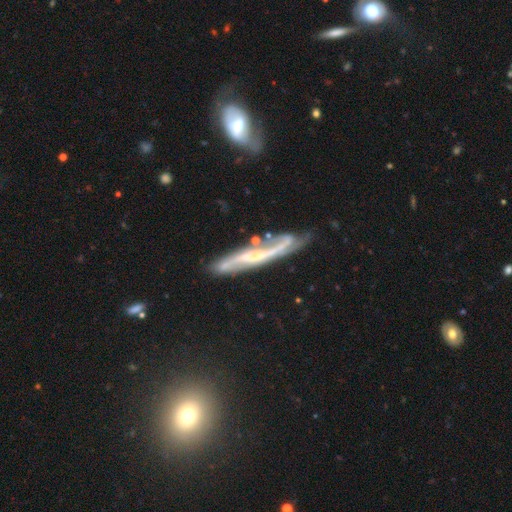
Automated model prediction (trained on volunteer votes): smooth-or-featured: featured or disk: 75% | smooth: 18% | star or artifact: 8%
  disk-edge-on: yes: 53% | no: 47%
  merging: none: 51% | minor disturbance: 25% | major disturbance: 13% | merger: 10%